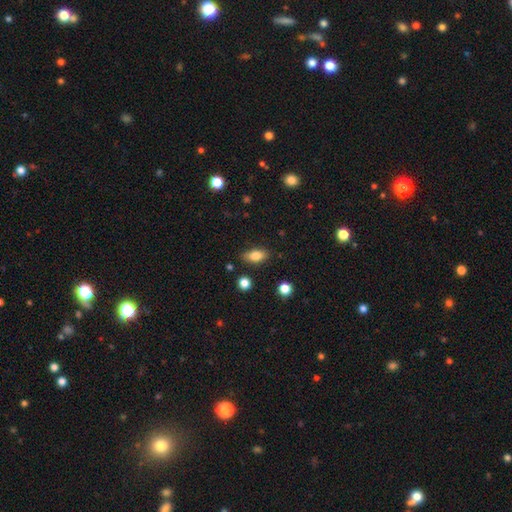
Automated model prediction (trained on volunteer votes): Smooth or featured? Predicted: smooth (p=0.80). How rounded? Predicted: in between (p=0.85). Merging? Predicted: none (p=0.82).